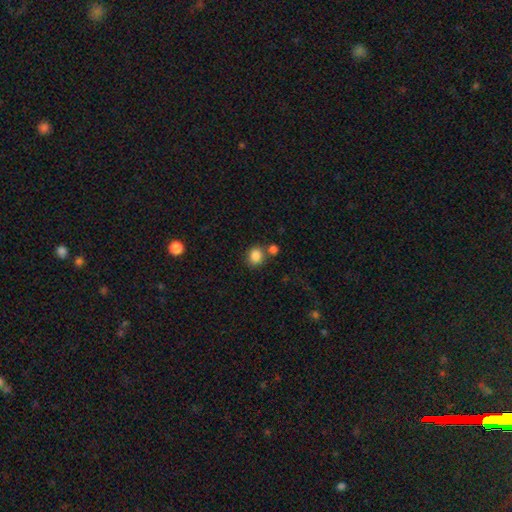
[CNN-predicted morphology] smooth-or-featured: smooth: 85% | star or artifact: 10% | featured or disk: 4%
  how-rounded: round: 74% | in between: 25% | cigar-shaped: 1%
  merging: none: 68% | merger: 17% | minor disturbance: 11% | major disturbance: 4%